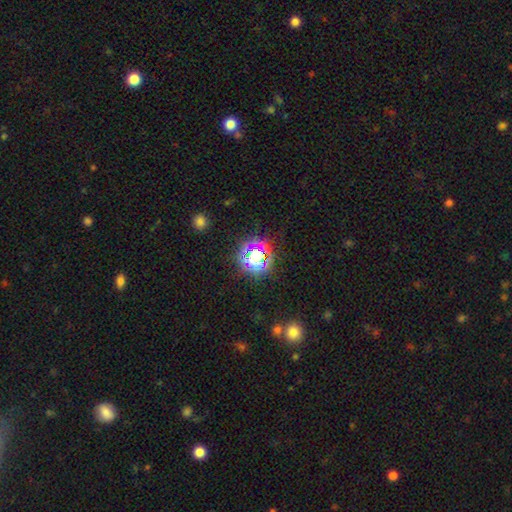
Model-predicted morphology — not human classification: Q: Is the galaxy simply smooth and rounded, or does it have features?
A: star or artifact — 65%.